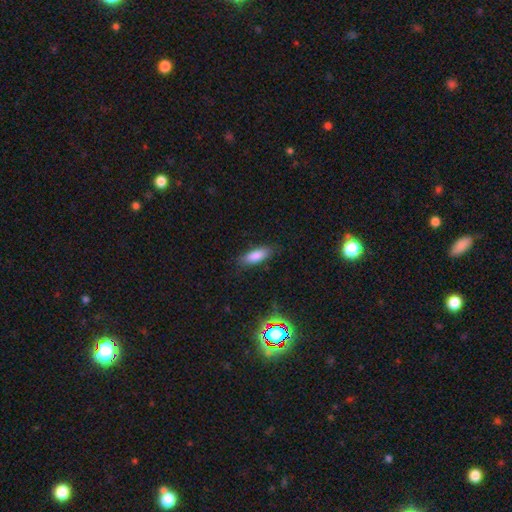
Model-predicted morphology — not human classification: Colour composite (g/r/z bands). It shows a smooth galaxy with no disk features (83%) that is in between round and cigar-shaped (72%). Merging: none (82%).